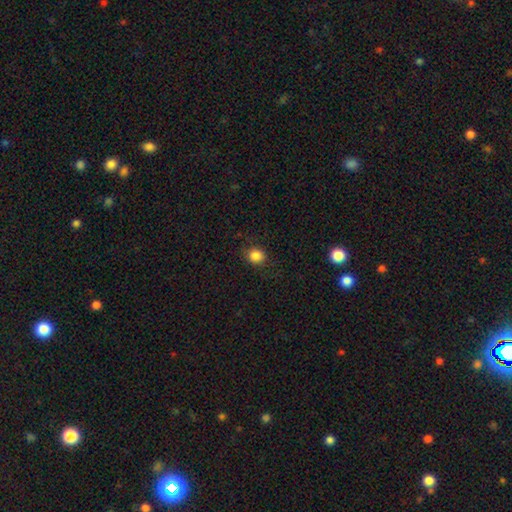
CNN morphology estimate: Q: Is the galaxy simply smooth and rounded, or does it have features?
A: smooth — 85%.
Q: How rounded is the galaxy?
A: round — 75%.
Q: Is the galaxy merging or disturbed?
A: none — 83%.